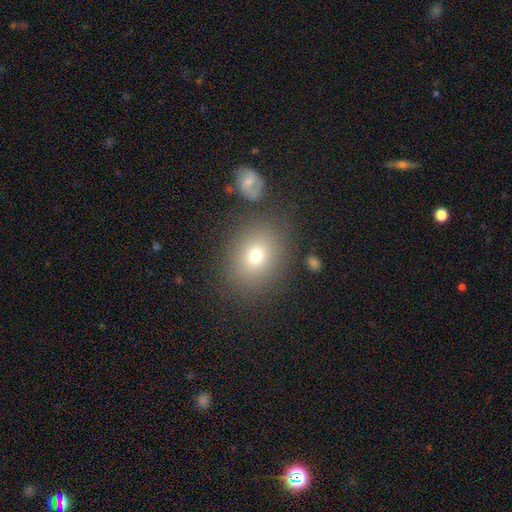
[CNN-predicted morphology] The model was most divided on "how rounded": round: 55%, in between: 44%, cigar-shaped: 1%. More confident: merging — none (80%); smooth or featured — smooth (72%).